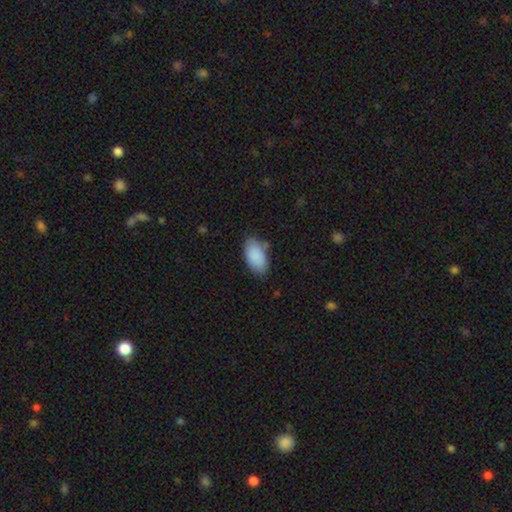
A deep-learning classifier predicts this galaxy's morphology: Smooth or featured? Predicted: smooth (p=0.89). How rounded? Predicted: in between (p=0.95). Merging? Predicted: none (p=0.77).